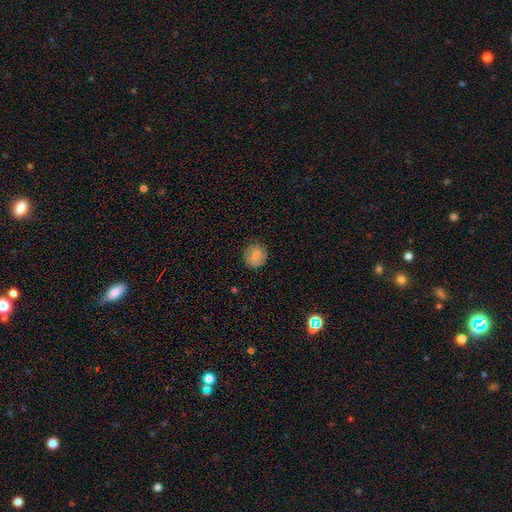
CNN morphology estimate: Smooth or featured? smooth (71%)
How rounded? round (86%)
Merging? none (85%)